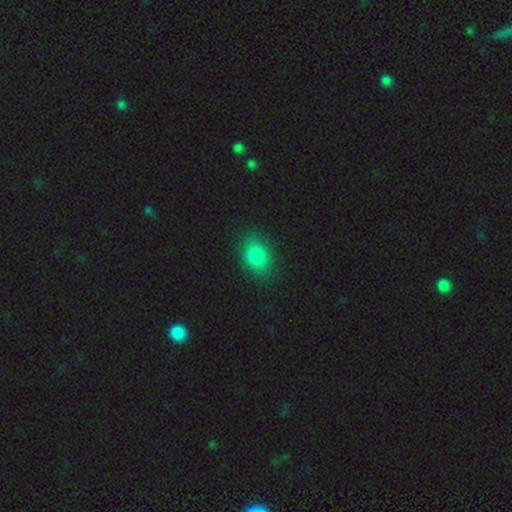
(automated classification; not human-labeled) Overall: smooth (83%). How rounded: in between (73%). Merging: none (85%).